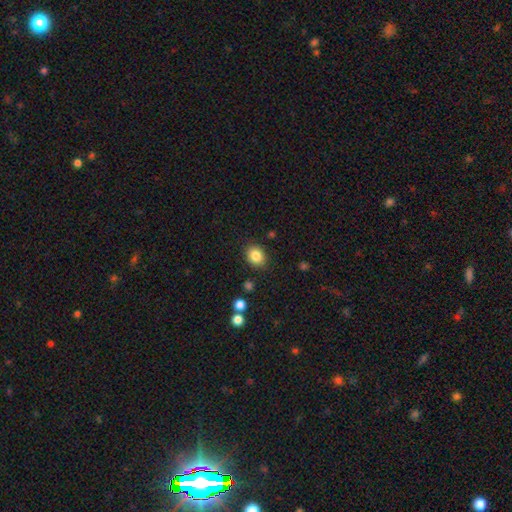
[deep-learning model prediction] smooth_or_featured: smooth (p=0.85) [alt: star or artifact p=0.10]
how_rounded: round (p=0.53) [alt: in between p=0.46]
merging: none (p=0.87) [alt: minor disturbance p=0.09]